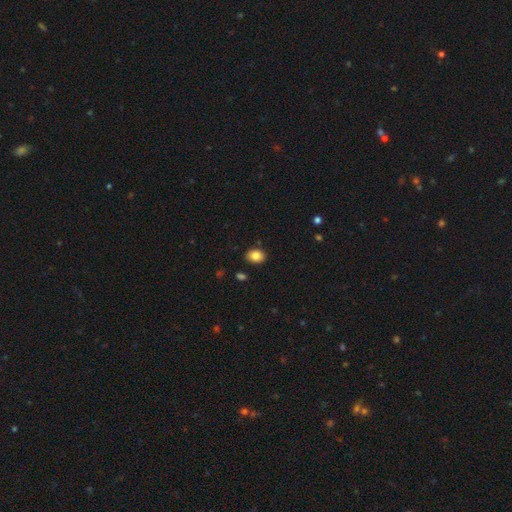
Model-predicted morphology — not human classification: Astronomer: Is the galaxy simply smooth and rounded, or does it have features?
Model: smooth — 85%.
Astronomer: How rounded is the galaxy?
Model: in between — 71%.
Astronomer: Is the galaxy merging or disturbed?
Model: none — 87%.